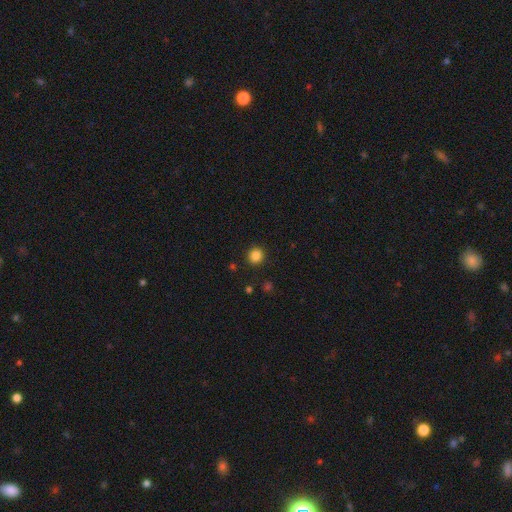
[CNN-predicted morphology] A smooth galaxy with no disk features (84%) that is round (91%).

Vote fractions:
- Smooth or featured? smooth: 84% / star or artifact: 12% / featured or disk: 4%
- How rounded? round: 91% / in between: 8% / cigar-shaped: 1%
- Merging? none: 91% / minor disturbance: 5% / major disturbance: 2% / merger: 1%